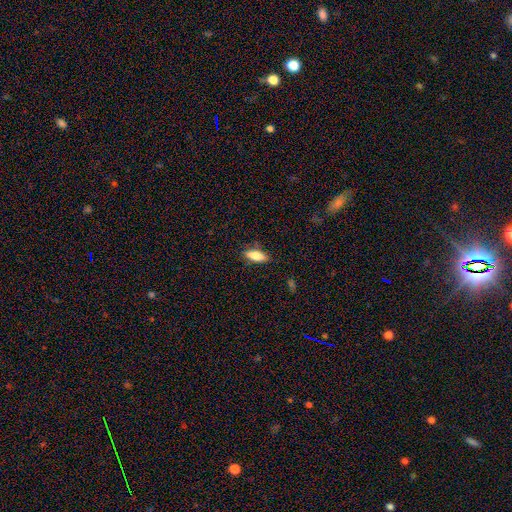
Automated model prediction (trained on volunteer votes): This is likely a smooth galaxy (80%). How rounded: likely in between (66%). Merging: clearly none (82%).